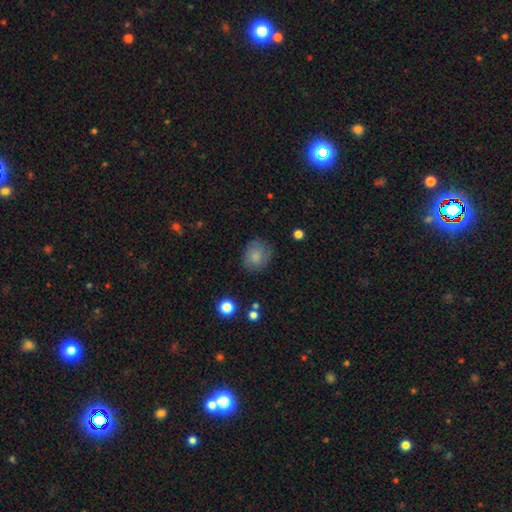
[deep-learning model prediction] Smooth or featured?
  - smooth: 78% *
  - featured or disk: 14%
  - star or artifact: 8%
How rounded?
  - round: 62% *
  - in between: 37%
  - cigar-shaped: 1%
Merging?
  - none: 71% *
  - minor disturbance: 21%
  - major disturbance: 7%
  - merger: 1%